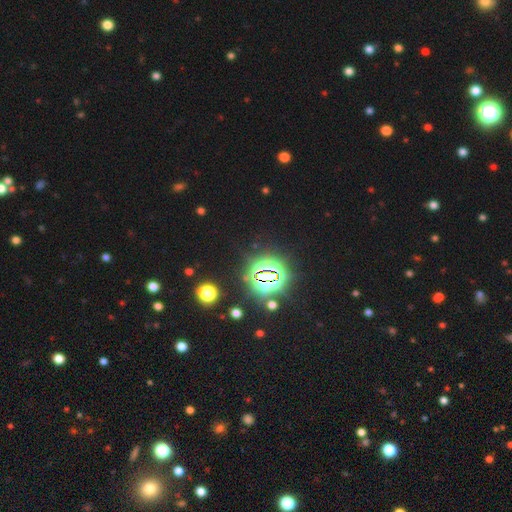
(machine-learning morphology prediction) Q: Smooth or featured?
A: star or artifact (80%); runner-up: smooth (13%)